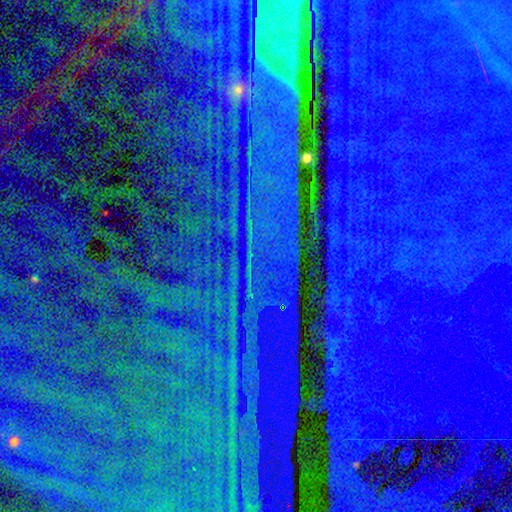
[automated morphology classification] Q: Smooth or featured?
A: star or artifact (88%); runner-up: featured or disk (6%)